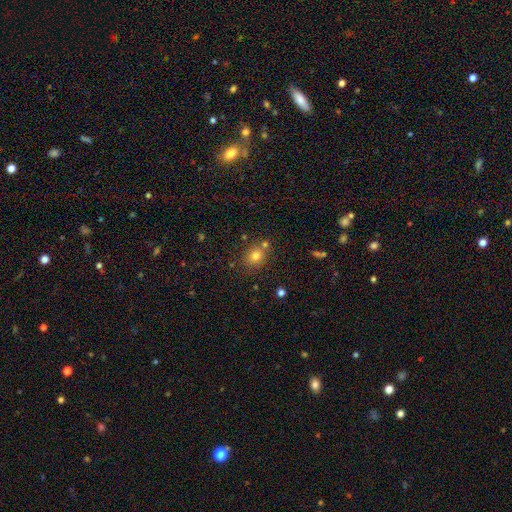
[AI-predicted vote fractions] Smooth or featured: smooth — 76% (star or artifact — 15%)
How rounded: round — 68% (in between — 31%)
Merging: none — 68% (merger — 17%)